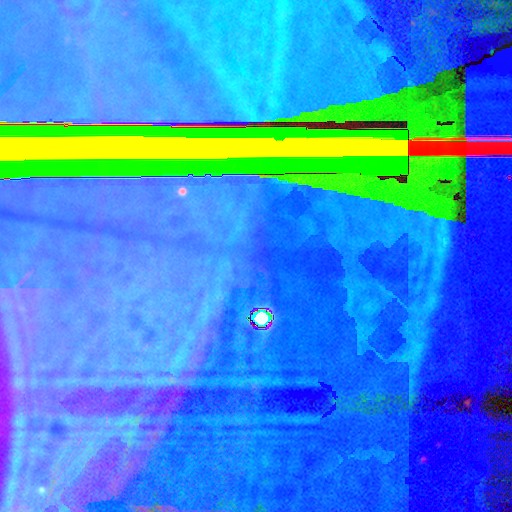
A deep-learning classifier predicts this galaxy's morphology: Overall: star or artifact (87%).